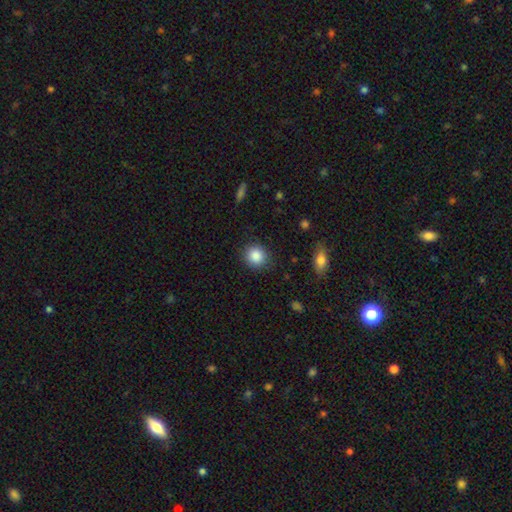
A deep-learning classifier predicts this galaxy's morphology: Q: Smooth or featured?
A: smooth (87%); runner-up: star or artifact (9%)
Q: How rounded?
A: round (88%); runner-up: in between (11%)
Q: Merging?
A: none (87%); runner-up: minor disturbance (9%)